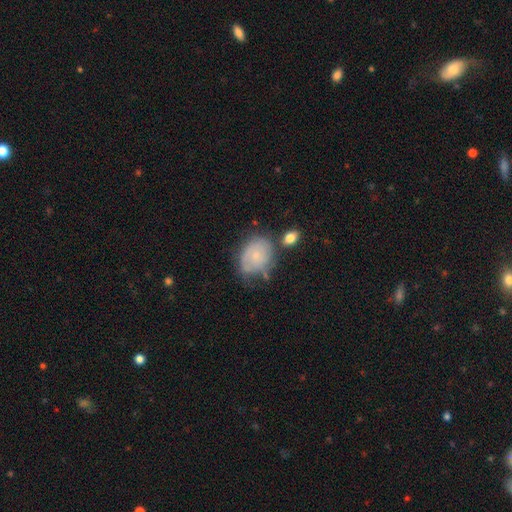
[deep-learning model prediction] This is possibly a smooth galaxy (56%). How rounded: likely in between (63%). Merging: marginally none (44%).